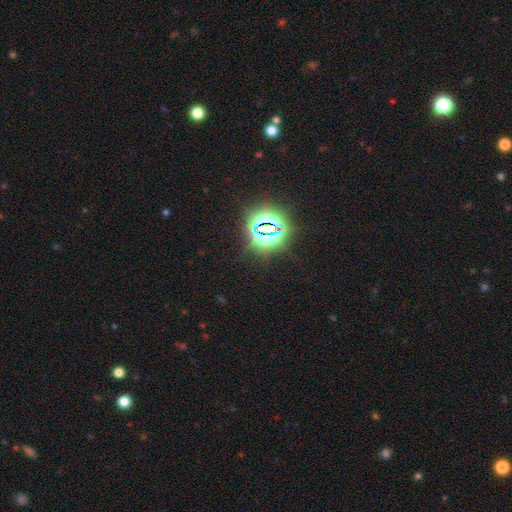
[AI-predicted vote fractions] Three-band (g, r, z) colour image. It shows a star or artifact, not a galaxy (83%).